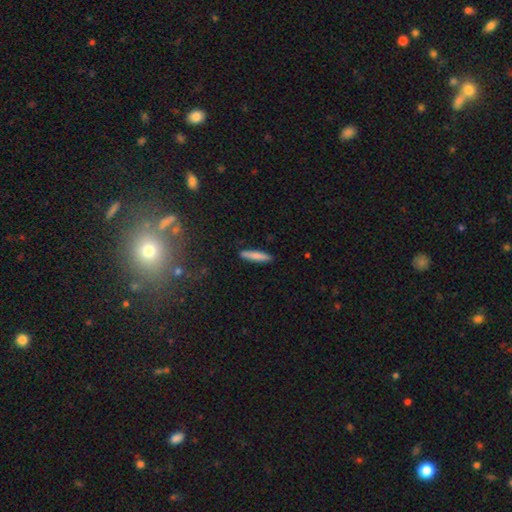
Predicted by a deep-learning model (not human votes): smooth-or-featured: smooth: 81% | featured or disk: 13% | star or artifact: 6%
  how-rounded: cigar-shaped: 88% | in between: 10% | round: 1%
  merging: none: 90% | minor disturbance: 8% | major disturbance: 2% | merger: 1%